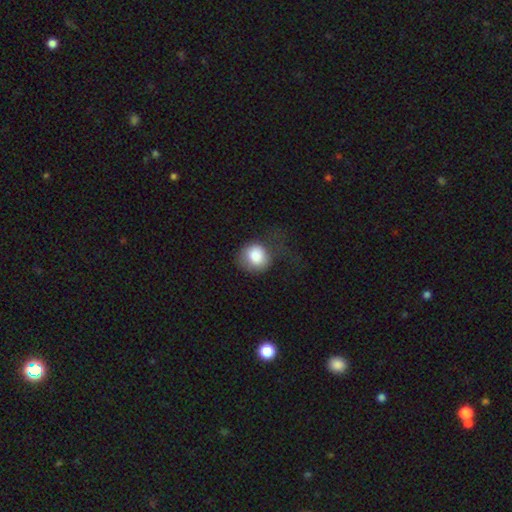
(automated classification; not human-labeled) Morphology: type=smooth (81%); roundness=round (80%); merging=none (39%).